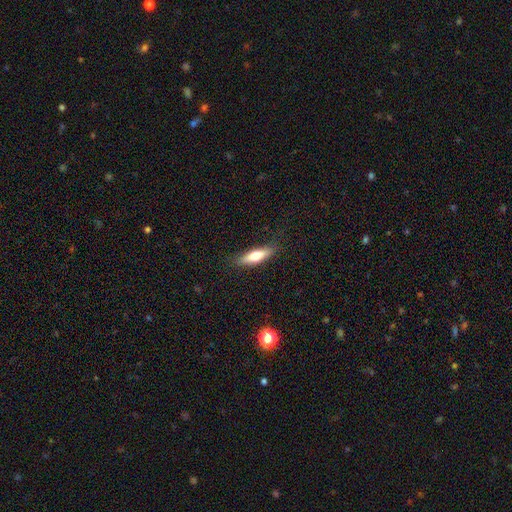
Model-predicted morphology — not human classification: A smooth galaxy with no disk features (66%) that is cigar-shaped (58%).

Vote fractions:
- Smooth or featured? smooth: 66% / featured or disk: 27% / star or artifact: 6%
- How rounded? cigar-shaped: 58% / in between: 39% / round: 2%
- Merging? none: 84% / minor disturbance: 12% / major disturbance: 3% / merger: 1%